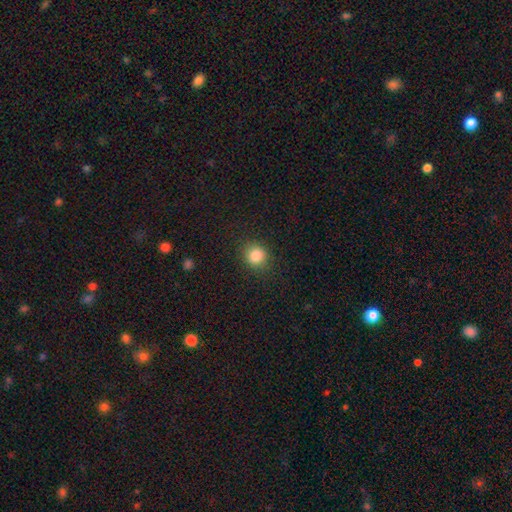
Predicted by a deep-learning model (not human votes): smooth 85%, star or artifact 11%, featured or disk 5%. Down the decision tree: how rounded — round (86%); merging — none (88%).